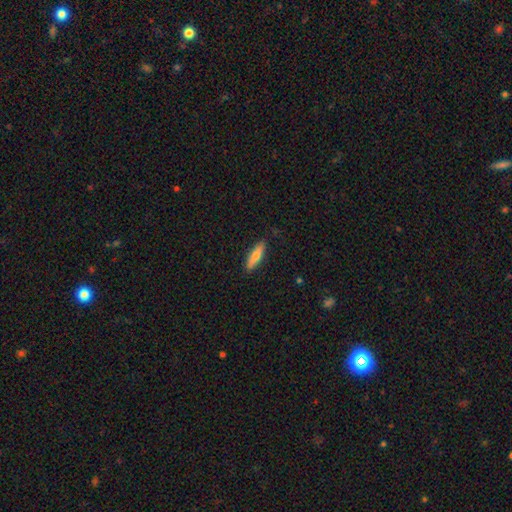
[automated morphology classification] Smooth or featured? smooth (67%)
How rounded? cigar-shaped (69%)
Merging? none (88%)